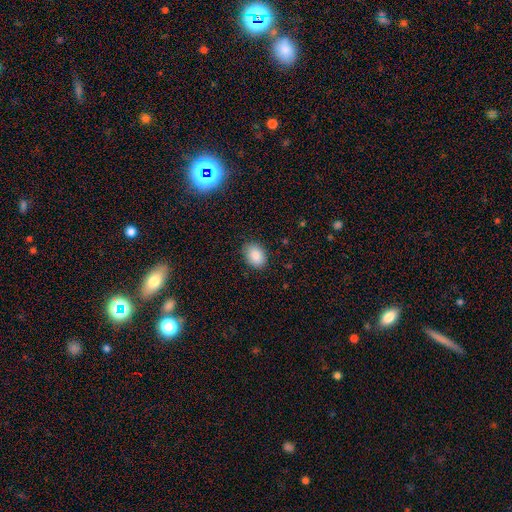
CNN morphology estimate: smooth 87%, star or artifact 8%, featured or disk 5%. Down the decision tree: how rounded — in between (76%); merging — none (86%).